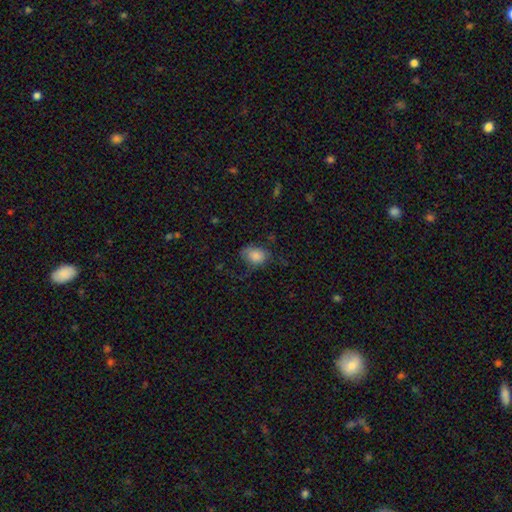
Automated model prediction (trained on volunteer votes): A smooth galaxy with no disk features (84%) that is in between round and cigar-shaped (77%).

Vote fractions:
- Smooth or featured? smooth: 84% / star or artifact: 8% / featured or disk: 8%
- How rounded? in between: 77% / round: 22% / cigar-shaped: 1%
- Merging? none: 52% / minor disturbance: 31% / major disturbance: 15% / merger: 2%